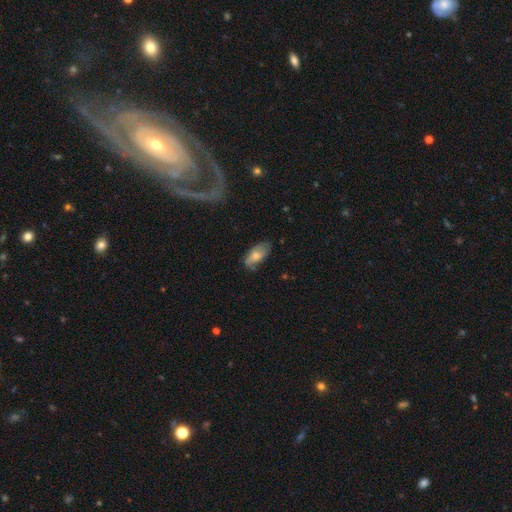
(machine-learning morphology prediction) smooth-or-featured: smooth: 59% | featured or disk: 34% | star or artifact: 7%
  how-rounded: in between: 89% | cigar-shaped: 8% | round: 3%
  merging: none: 60% | minor disturbance: 29% | major disturbance: 9% | merger: 2%